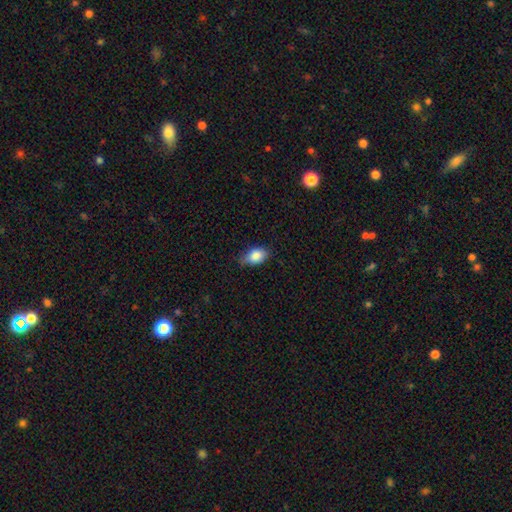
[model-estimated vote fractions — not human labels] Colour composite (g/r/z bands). It shows a smooth galaxy with no disk features (85%) that is in between round and cigar-shaped (87%). Merging: none (67%).